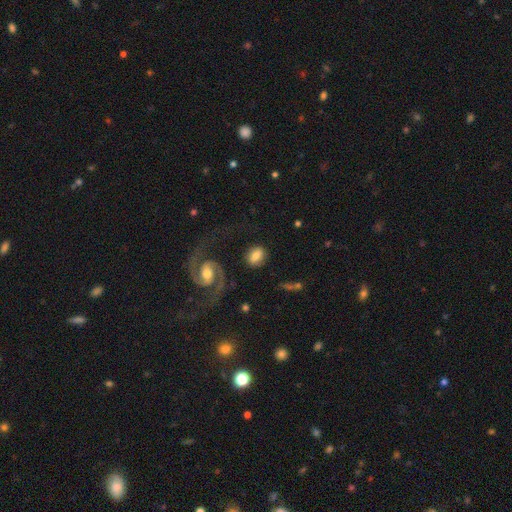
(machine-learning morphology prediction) smooth 57%, featured or disk 35%, star or artifact 8%. Down the decision tree: how rounded — round (51%); merging — none (78%).